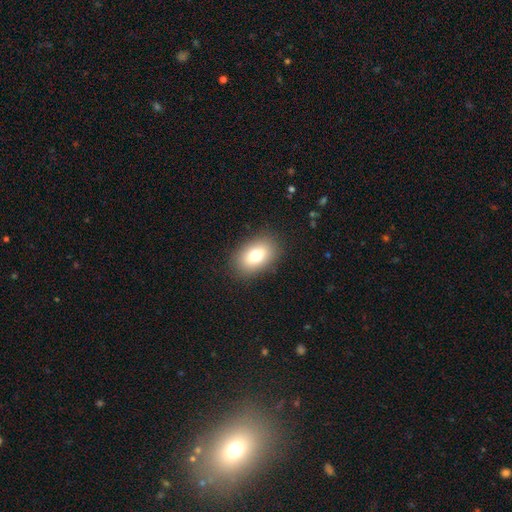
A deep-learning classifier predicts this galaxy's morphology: Smooth or featured? Predicted: smooth (p=0.77). How rounded? Predicted: in between (p=0.86). Merging? Predicted: none (p=0.86).